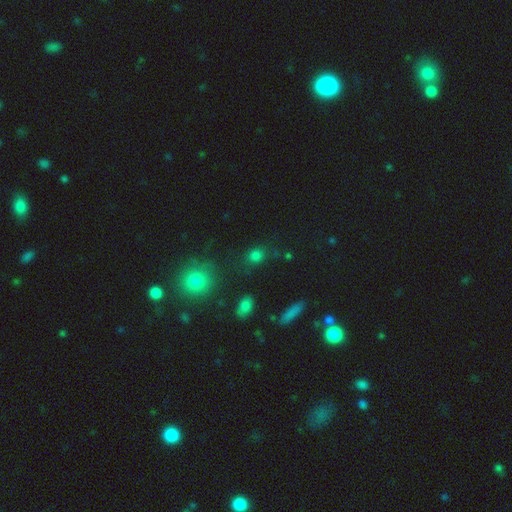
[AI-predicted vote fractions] Morphology: type=smooth (75%); roundness=round (67%); merging=none (75%).